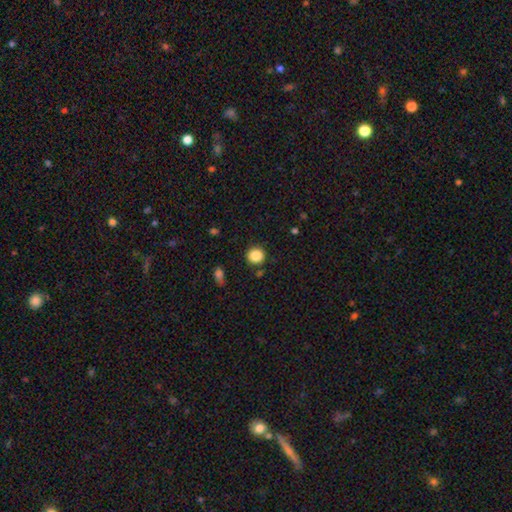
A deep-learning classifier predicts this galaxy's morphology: smooth 86%, star or artifact 10%, featured or disk 4%. Down the decision tree: how rounded — round (91%); merging — none (89%).